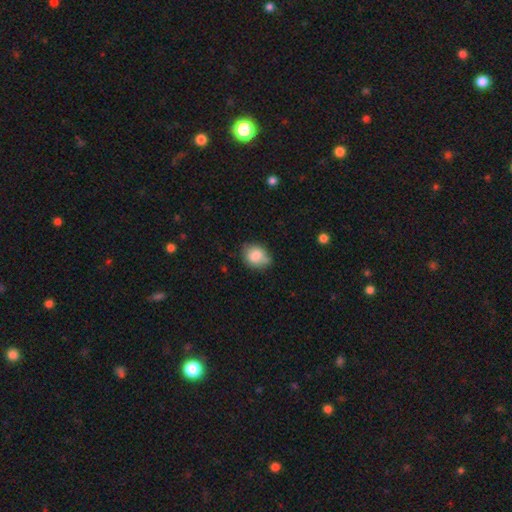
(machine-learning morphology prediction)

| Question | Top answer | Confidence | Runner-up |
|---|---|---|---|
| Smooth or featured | smooth | 83% | featured or disk (8%) |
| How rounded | round | 57% | in between (42%) |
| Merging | none | 62% | minor disturbance (26%) |